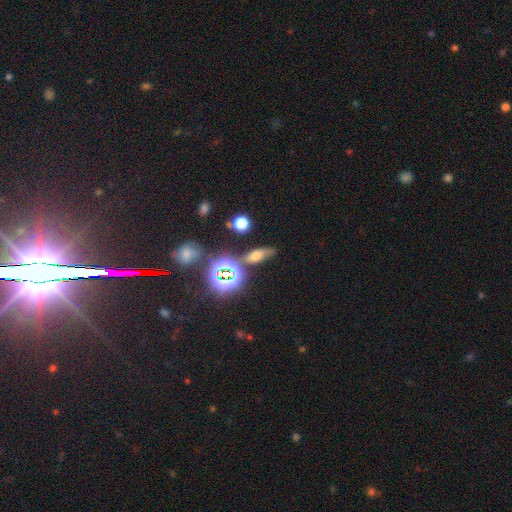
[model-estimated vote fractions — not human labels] This appears to be a smooth galaxy with no disk features (48%). Merging: none (62%).